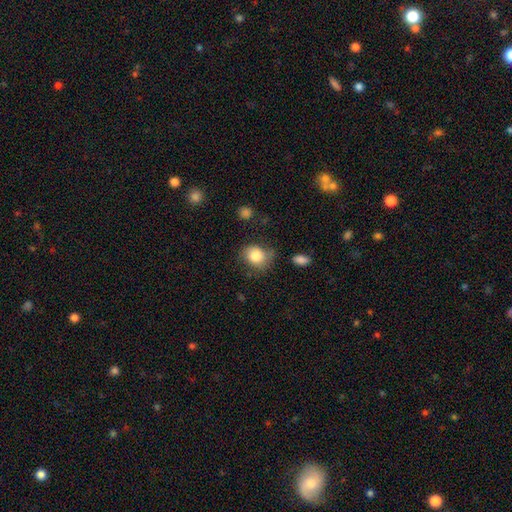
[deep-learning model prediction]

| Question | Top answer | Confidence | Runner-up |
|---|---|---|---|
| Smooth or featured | smooth | 82% | featured or disk (10%) |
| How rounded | round | 60% | in between (39%) |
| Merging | none | 60% | minor disturbance (27%) |